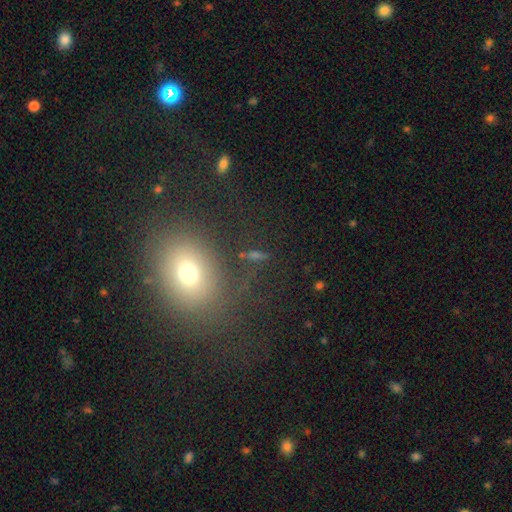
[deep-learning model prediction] A smooth galaxy with no disk features (52%) that is in between round and cigar-shaped (47%). Merging: none (77%).